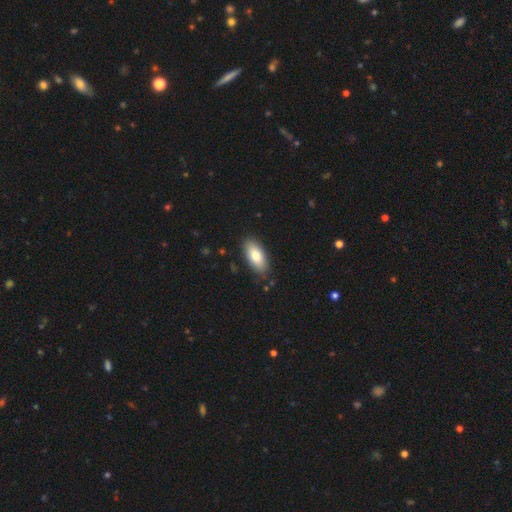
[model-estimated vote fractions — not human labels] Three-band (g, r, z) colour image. It shows a smooth galaxy with no disk features (81%) that is in between round and cigar-shaped (89%). Merging: none (85%).